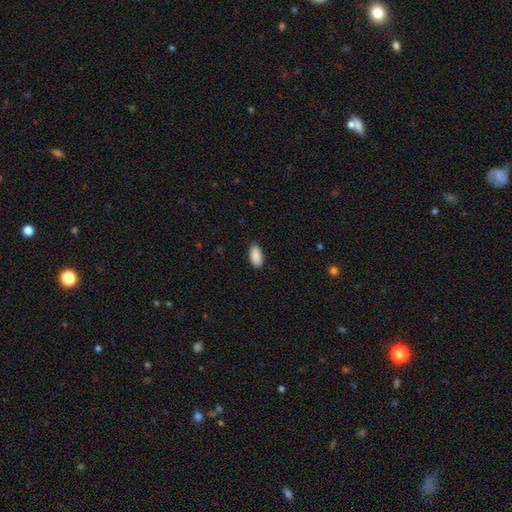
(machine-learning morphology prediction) This appears to be a smooth galaxy with no disk features (91%) that is in between round and cigar-shaped (94%). Merging: none (87%).